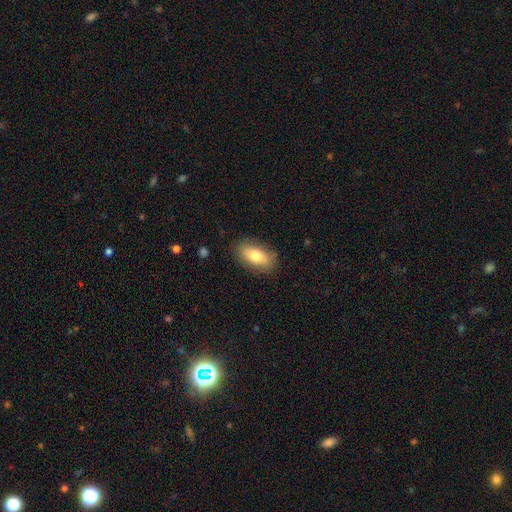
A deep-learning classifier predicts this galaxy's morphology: This appears to be a smooth galaxy with no disk features (76%) that is in between round and cigar-shaped (89%). Merging: none (84%).